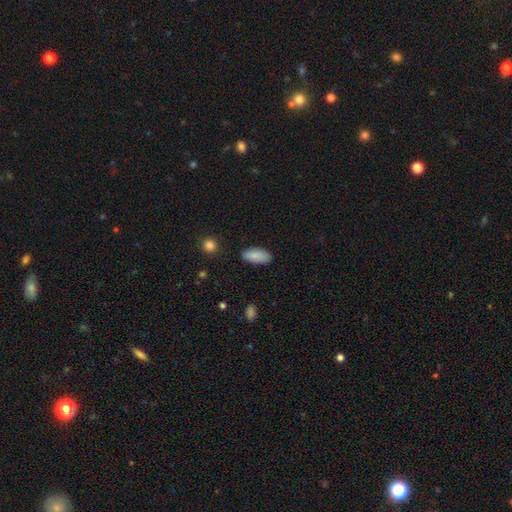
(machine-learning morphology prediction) A smooth galaxy with no disk features (87%) that is in between round and cigar-shaped (91%).

Vote fractions:
- Smooth or featured? smooth: 87% / featured or disk: 7% / star or artifact: 6%
- How rounded? in between: 91% / cigar-shaped: 7% / round: 2%
- Merging? none: 85% / minor disturbance: 12% / major disturbance: 2% / merger: 1%